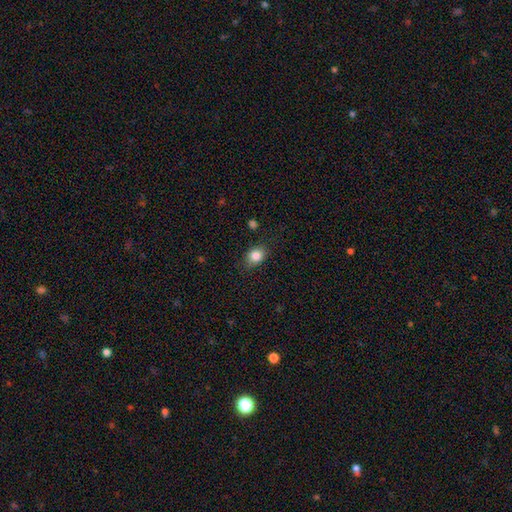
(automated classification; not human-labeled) This is clearly a smooth galaxy (83%). How rounded: possibly in between (59%). Merging: clearly none (82%).